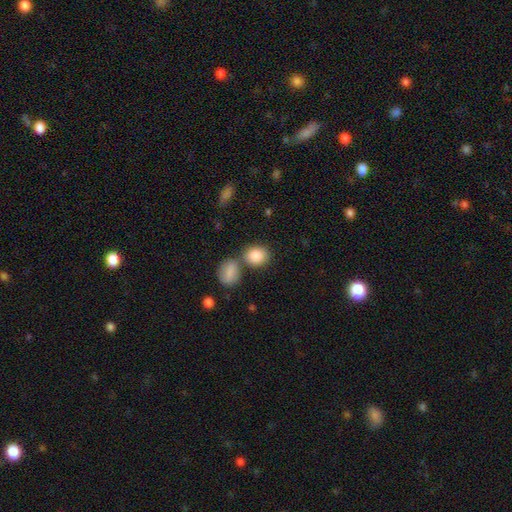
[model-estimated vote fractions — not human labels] Q: Smooth or featured?
A: smooth (86%); runner-up: star or artifact (8%)
Q: How rounded?
A: round (62%); runner-up: in between (37%)
Q: Merging?
A: none (59%); runner-up: merger (27%)